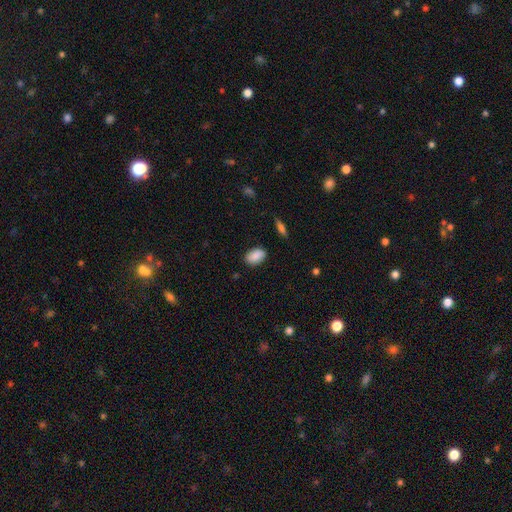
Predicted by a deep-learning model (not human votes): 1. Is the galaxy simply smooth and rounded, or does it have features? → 88% smooth, 7% star or artifact, 5% featured or disk.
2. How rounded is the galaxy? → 90% in between, 8% round, 2% cigar-shaped.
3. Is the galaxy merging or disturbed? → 85% none, 11% minor disturbance, 2% major disturbance, 1% merger.